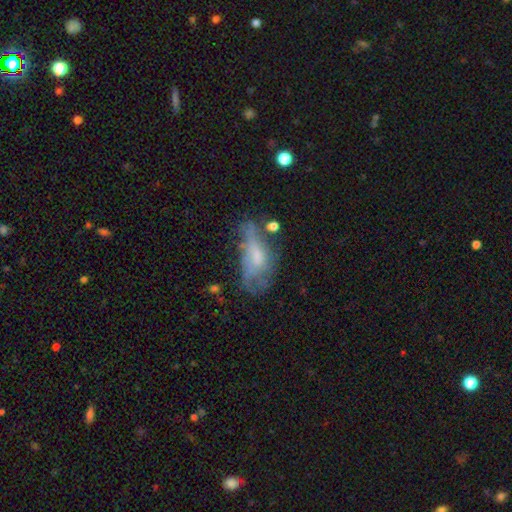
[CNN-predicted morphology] smooth-or-featured: featured or disk: 47% | smooth: 43% | star or artifact: 10%
  merging: none: 33% | major disturbance: 32% | minor disturbance: 28% | merger: 8%